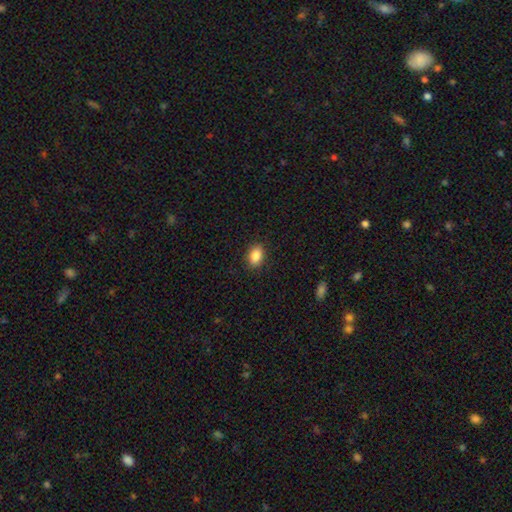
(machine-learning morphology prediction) Q: Smooth or featured?
A: smooth (88%); runner-up: star or artifact (8%)
Q: How rounded?
A: in between (83%); runner-up: round (15%)
Q: Merging?
A: none (89%); runner-up: minor disturbance (8%)